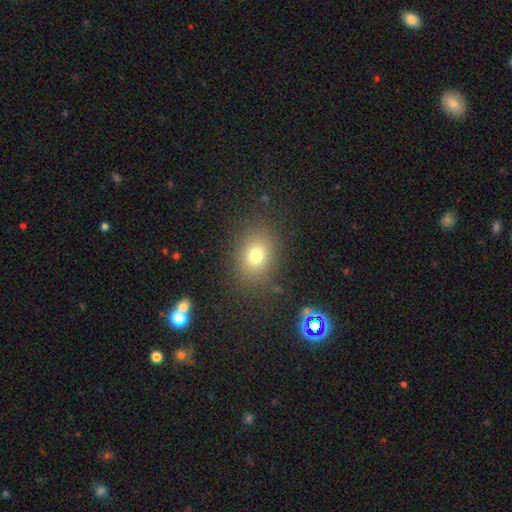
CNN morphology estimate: smooth 74%, star or artifact 15%, featured or disk 11%. Down the decision tree: how rounded — in between (58%); merging — none (83%).